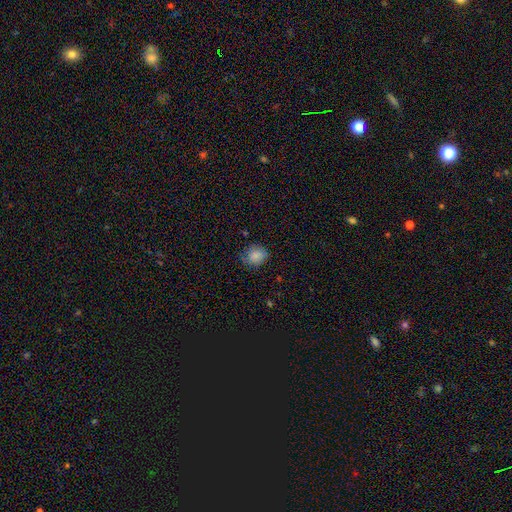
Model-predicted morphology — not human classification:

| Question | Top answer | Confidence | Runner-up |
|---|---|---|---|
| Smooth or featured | smooth | 84% | star or artifact (9%) |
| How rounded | round | 67% | in between (32%) |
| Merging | none | 69% | minor disturbance (24%) |